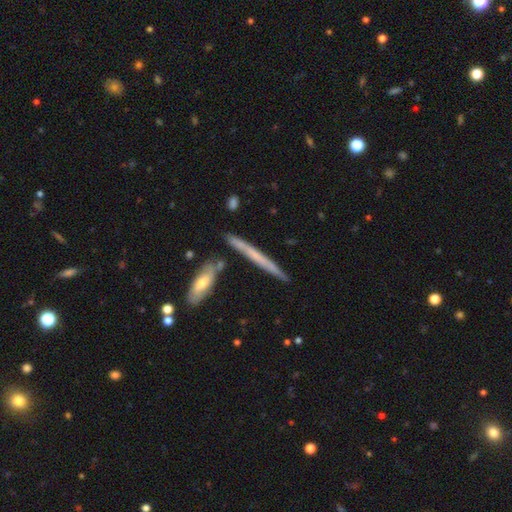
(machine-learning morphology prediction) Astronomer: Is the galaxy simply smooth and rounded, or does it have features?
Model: featured or disk — 48% (runner-up: smooth, 45%).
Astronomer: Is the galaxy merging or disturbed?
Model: none — 82%.